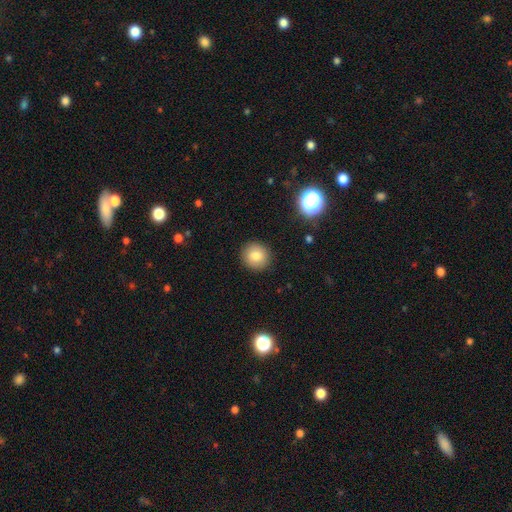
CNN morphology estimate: This appears to be a smooth galaxy with no disk features (81%) that is round (92%). Merging: none (91%).